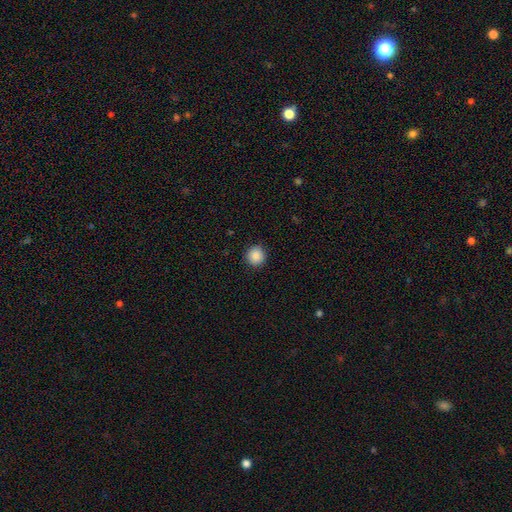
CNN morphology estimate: type=smooth (88%); roundness=round (92%); merging=none (91%).